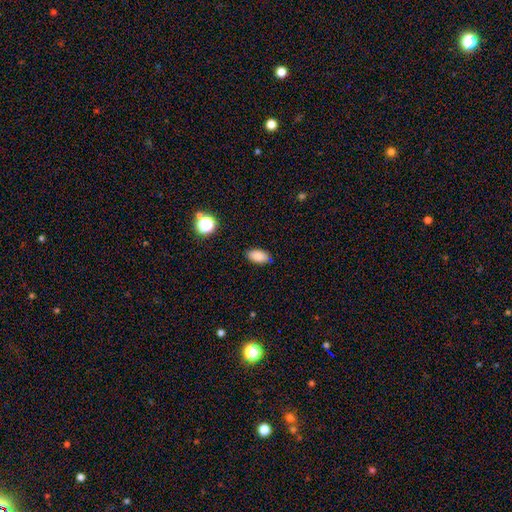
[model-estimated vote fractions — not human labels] Q: Smooth or featured?
A: smooth (85%); runner-up: star or artifact (10%)
Q: How rounded?
A: in between (91%); runner-up: round (7%)
Q: Merging?
A: none (84%); runner-up: minor disturbance (11%)